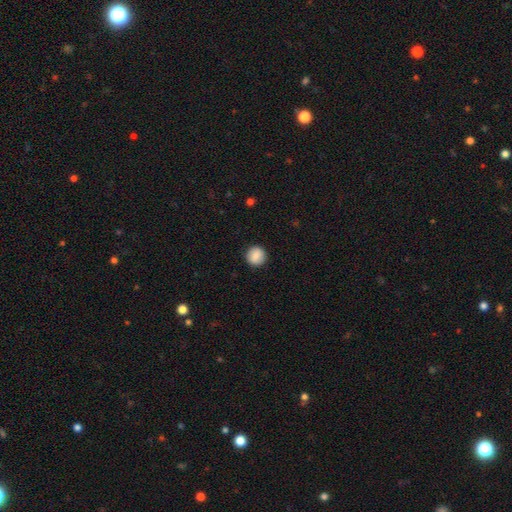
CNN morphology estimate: type=smooth (87%); roundness=round (94%); merging=none (92%).